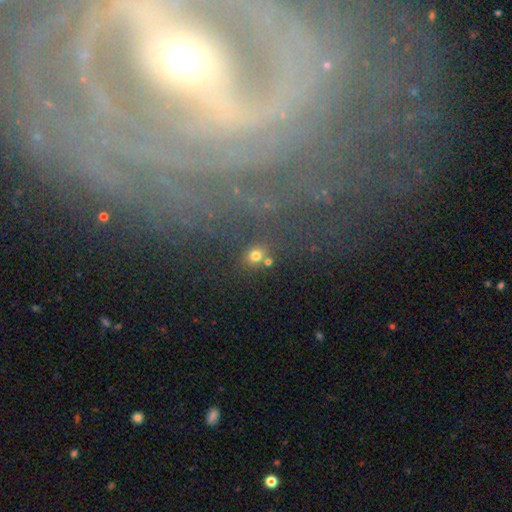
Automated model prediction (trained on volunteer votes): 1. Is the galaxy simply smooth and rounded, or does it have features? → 69% smooth, 23% star or artifact, 8% featured or disk.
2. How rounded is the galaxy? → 82% round, 17% in between, 2% cigar-shaped.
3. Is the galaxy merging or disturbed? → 75% none, 10% merger, 10% minor disturbance, 5% major disturbance.